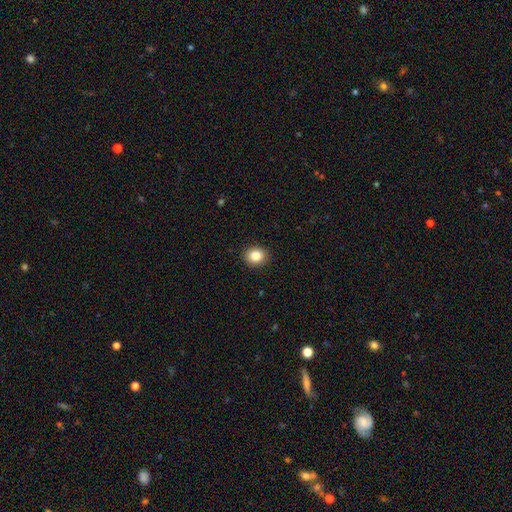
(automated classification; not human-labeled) smooth 85%, star or artifact 10%, featured or disk 5%. Down the decision tree: how rounded — round (74%); merging — none (91%).